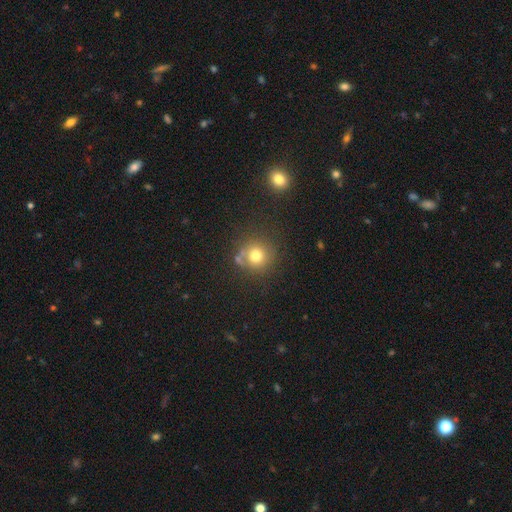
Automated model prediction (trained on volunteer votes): smooth 75%, star or artifact 14%, featured or disk 11%. Down the decision tree: how rounded — round (91%); merging — none (71%).